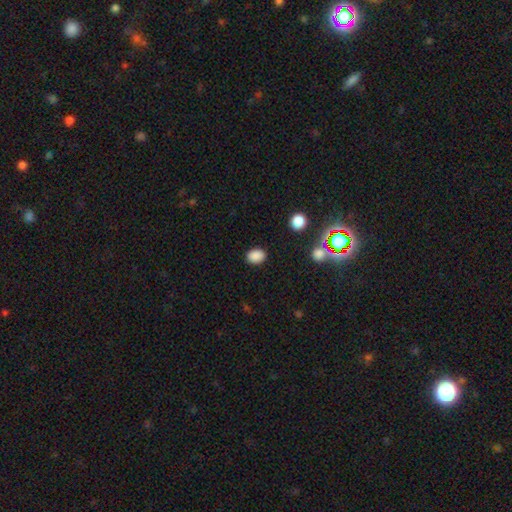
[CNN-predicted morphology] smooth 86%, star or artifact 11%, featured or disk 4%. Down the decision tree: how rounded — in between (69%); merging — none (87%).